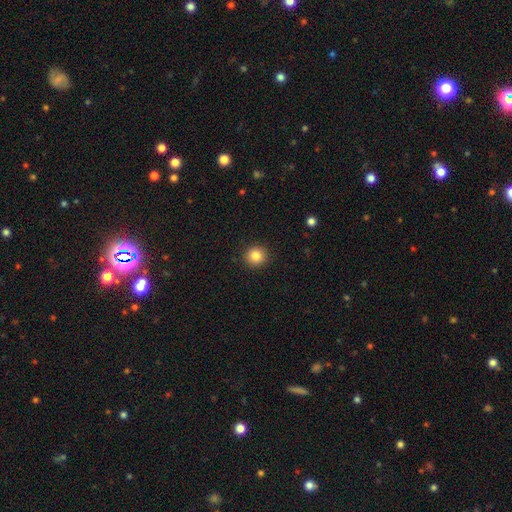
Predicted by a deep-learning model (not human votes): smooth_or_featured: smooth (p=0.85) [alt: star or artifact p=0.10]
how_rounded: round (p=0.91) [alt: in between p=0.08]
merging: none (p=0.91) [alt: minor disturbance p=0.06]